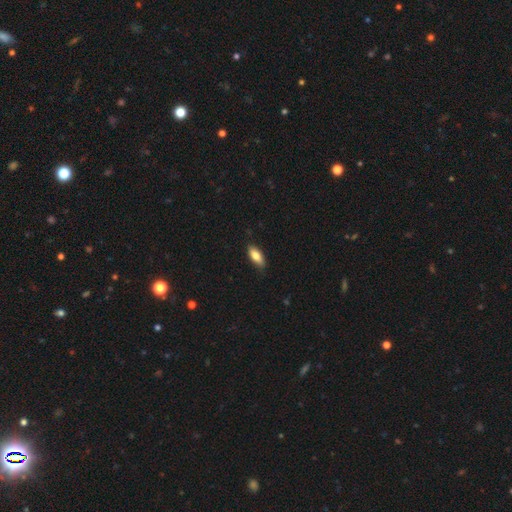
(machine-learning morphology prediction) Smooth or featured? smooth (79%)
How rounded? in between (77%)
Merging? none (85%)